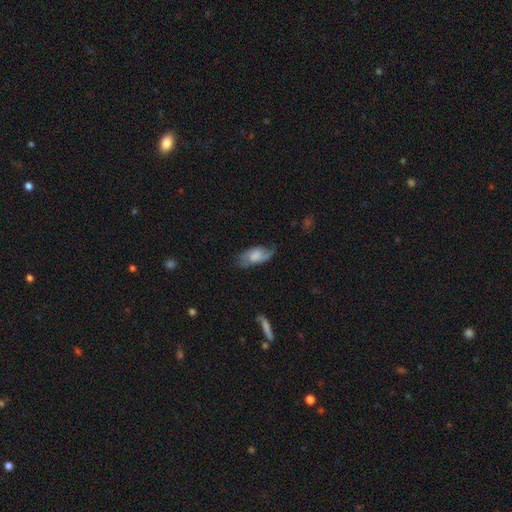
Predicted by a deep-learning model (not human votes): smooth_or_featured: smooth (p=0.53) [alt: featured or disk p=0.39]
how_rounded: in between (p=0.89) [alt: cigar-shaped p=0.08]
merging: none (p=0.60) [alt: minor disturbance p=0.27]